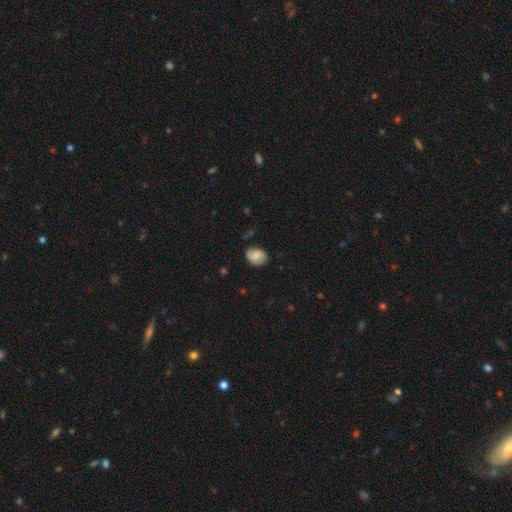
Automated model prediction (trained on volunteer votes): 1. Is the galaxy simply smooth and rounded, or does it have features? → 71% smooth, 21% featured or disk, 8% star or artifact.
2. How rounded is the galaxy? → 62% in between, 37% round, 1% cigar-shaped.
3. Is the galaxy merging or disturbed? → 65% none, 26% minor disturbance, 6% major disturbance, 2% merger.